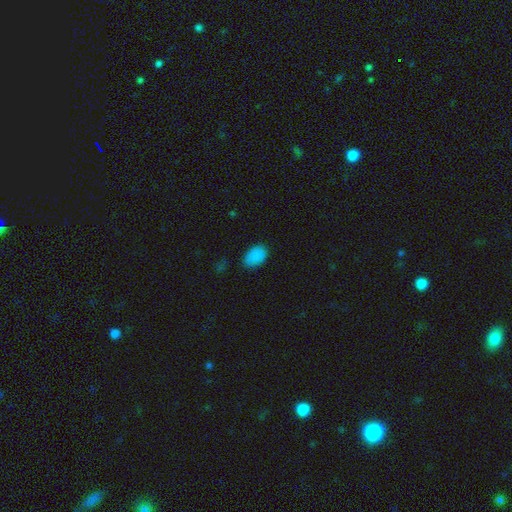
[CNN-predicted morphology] Smooth or featured?
  - smooth: 86% *
  - star or artifact: 11%
  - featured or disk: 3%
How rounded?
  - in between: 88% *
  - round: 10%
  - cigar-shaped: 1%
Merging?
  - none: 80% *
  - minor disturbance: 16%
  - major disturbance: 3%
  - merger: 1%